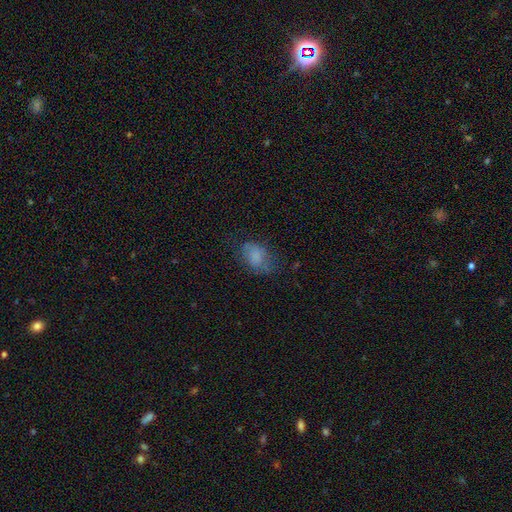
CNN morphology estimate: Q: Smooth or featured?
A: smooth (73%); runner-up: featured or disk (16%)
Q: How rounded?
A: in between (76%); runner-up: round (22%)
Q: Merging?
A: none (58%); runner-up: minor disturbance (25%)